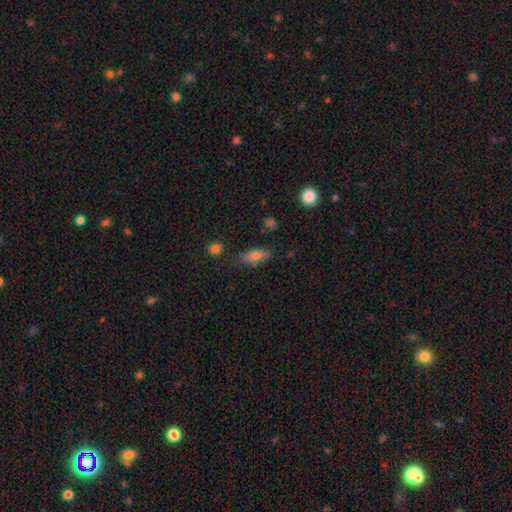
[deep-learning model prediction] This is likely a smooth galaxy (72%). How rounded: likely in between (69%). Merging: likely none (75%).